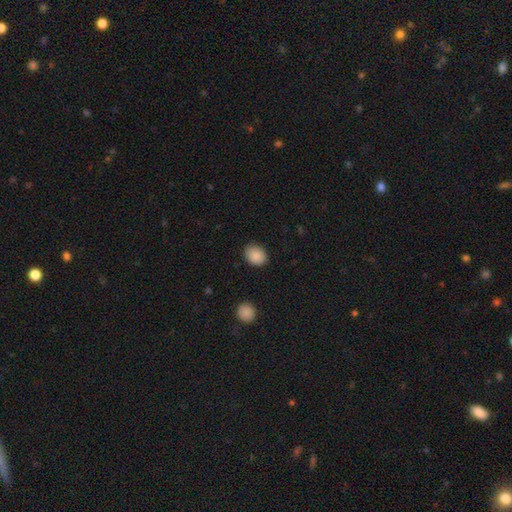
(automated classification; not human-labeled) The model was most divided on "how rounded": in between: 57%, round: 42%, cigar-shaped: 1%. More confident: smooth or featured — smooth (89%); merging — none (87%).